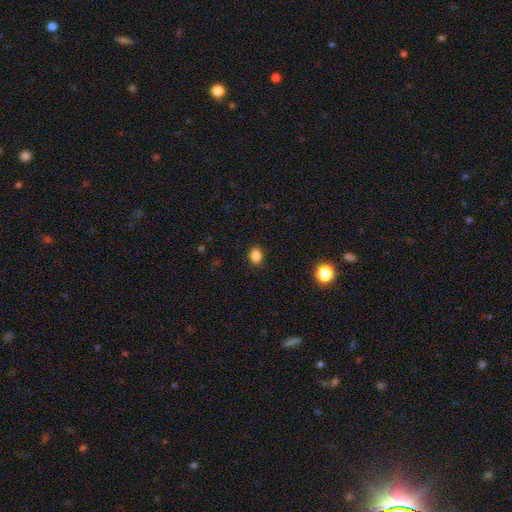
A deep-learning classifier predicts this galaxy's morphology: A smooth galaxy with no disk features (85%) that is in between round and cigar-shaped (72%).

Vote fractions:
- Smooth or featured? smooth: 85% / star or artifact: 11% / featured or disk: 4%
- How rounded? in between: 72% / round: 26% / cigar-shaped: 1%
- Merging? none: 85% / minor disturbance: 11% / major disturbance: 3% / merger: 1%